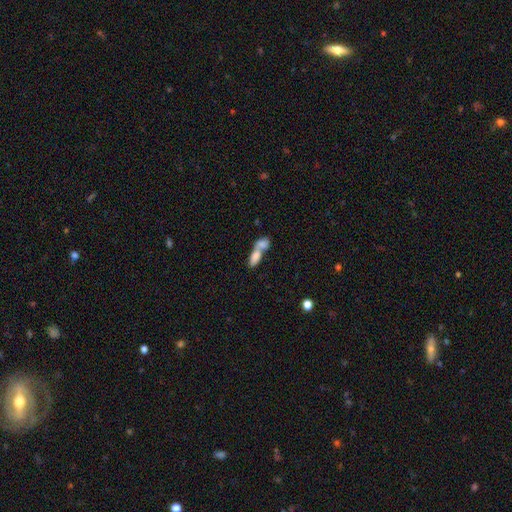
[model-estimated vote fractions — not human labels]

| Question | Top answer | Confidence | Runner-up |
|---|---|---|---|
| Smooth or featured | smooth | 77% | featured or disk (15%) |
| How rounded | in between | 82% | cigar-shaped (11%) |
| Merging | merger | 74% | none (16%) |